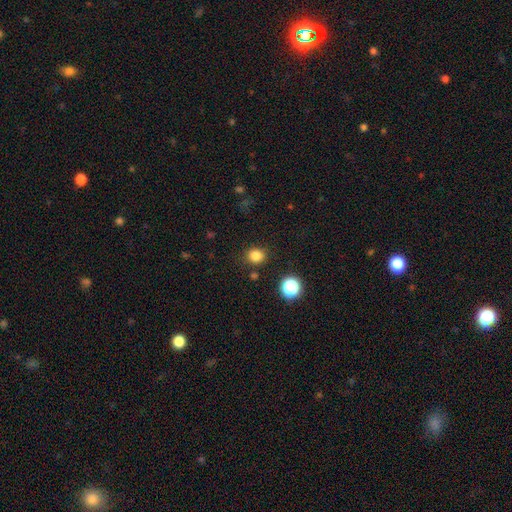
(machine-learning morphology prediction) This appears to be a smooth galaxy with no disk features (82%) that is round (74%). Merging: none (85%).